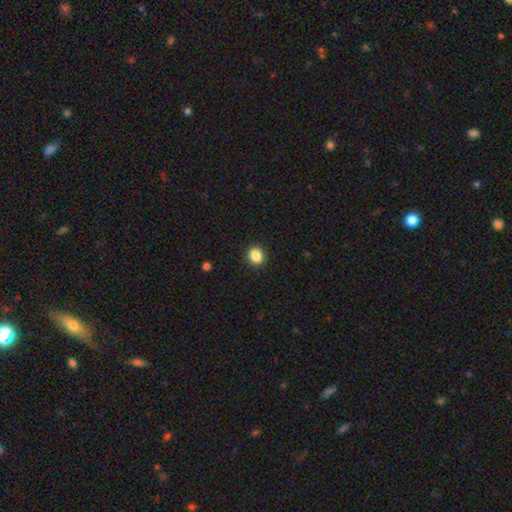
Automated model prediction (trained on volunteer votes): Q: Smooth or featured?
A: smooth (87%); runner-up: star or artifact (10%)
Q: How rounded?
A: round (73%); runner-up: in between (26%)
Q: Merging?
A: none (92%); runner-up: minor disturbance (6%)